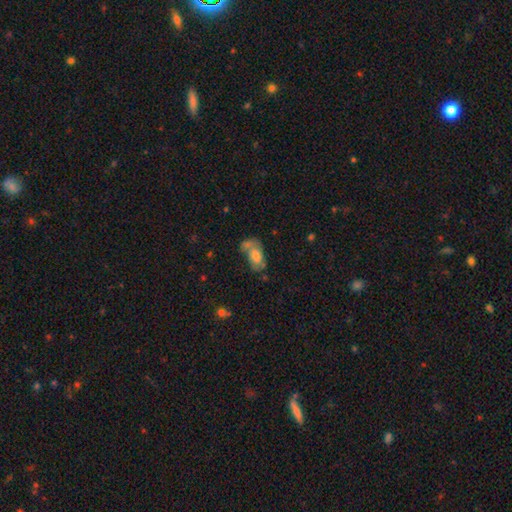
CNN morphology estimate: This appears to be a smooth galaxy with no disk features (61%) that is in between round and cigar-shaped (90%). Merging: merger (37%).